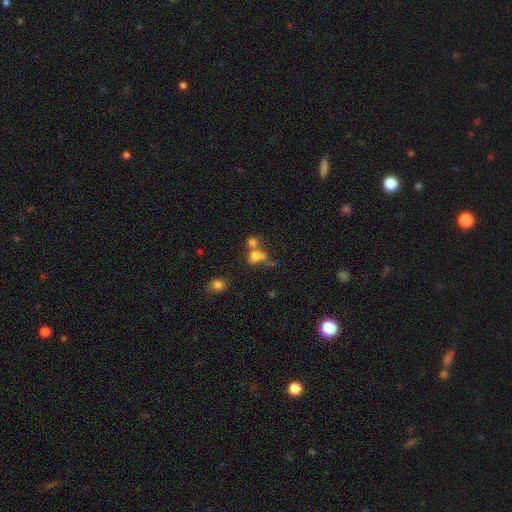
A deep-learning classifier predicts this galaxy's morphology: This is likely a smooth galaxy (70%). How rounded: likely round (61%). Merging: possibly merger (51%).